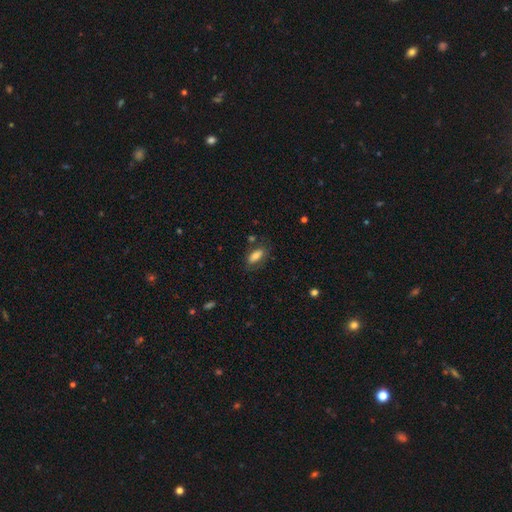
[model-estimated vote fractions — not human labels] Smooth or featured? Predicted: smooth (p=0.78). How rounded? Predicted: in between (p=0.84). Merging? Predicted: none (p=0.73).